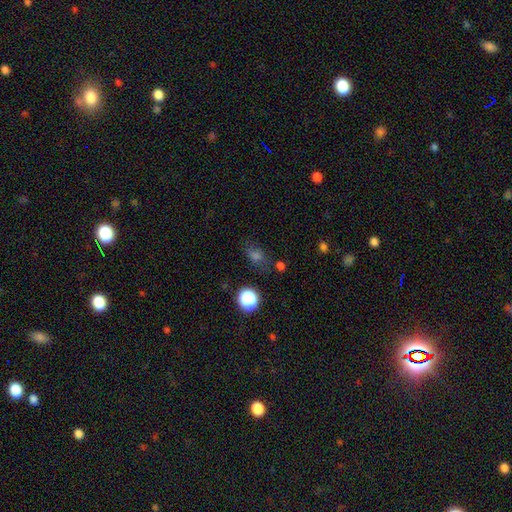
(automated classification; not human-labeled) The model was most divided on "how rounded": in between: 58%, round: 39%, cigar-shaped: 4%. More confident: merging — none (69%); smooth or featured — smooth (55%).